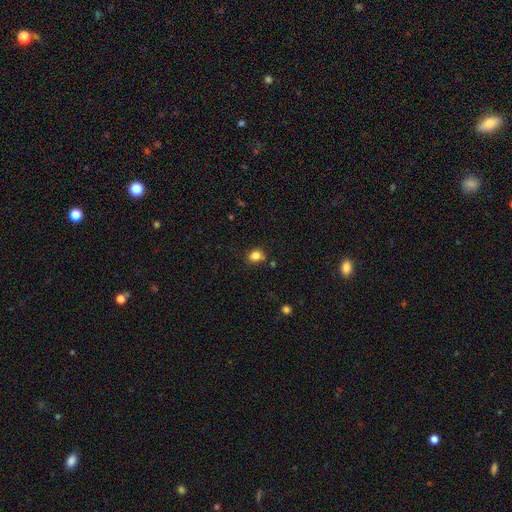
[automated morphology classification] A smooth galaxy with no disk features (82%) that is round (57%).

Vote fractions:
- Smooth or featured? smooth: 82% / star or artifact: 12% / featured or disk: 6%
- How rounded? round: 57% / in between: 42% / cigar-shaped: 1%
- Merging? none: 78% / minor disturbance: 14% / merger: 5% / major disturbance: 3%